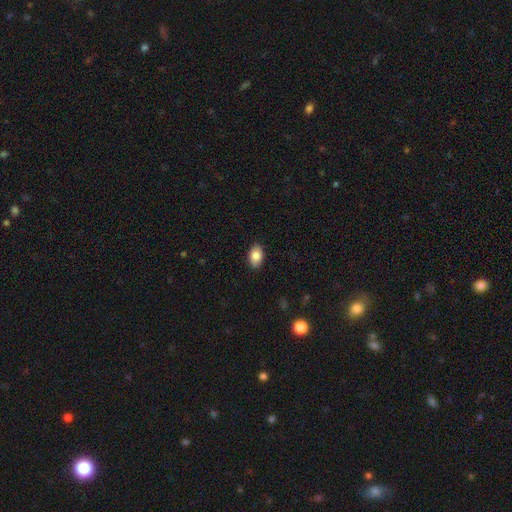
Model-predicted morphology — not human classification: A smooth galaxy with no disk features (84%) that is in between round and cigar-shaped (89%). Merging: none (89%).